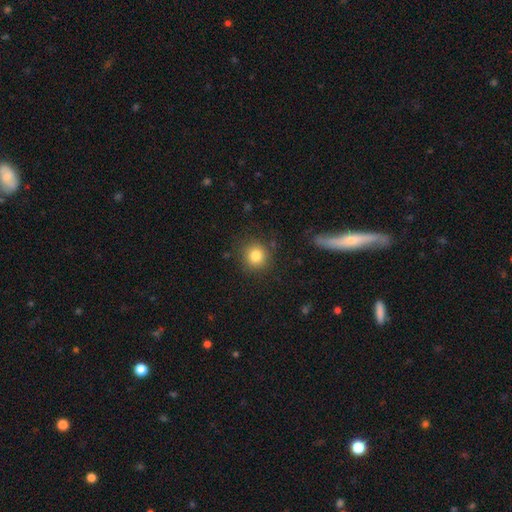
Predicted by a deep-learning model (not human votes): Smooth or featured?
  - smooth: 81% *
  - star or artifact: 11%
  - featured or disk: 7%
How rounded?
  - round: 91% *
  - in between: 8%
  - cigar-shaped: 1%
Merging?
  - none: 86% *
  - minor disturbance: 9%
  - major disturbance: 3%
  - merger: 2%